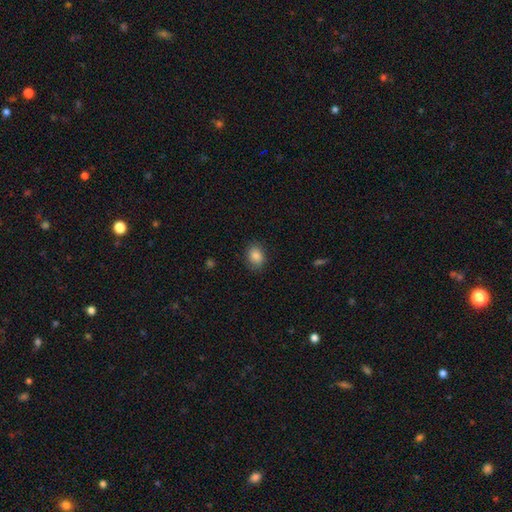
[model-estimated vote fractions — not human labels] This is clearly a smooth galaxy (85%). How rounded: possibly in between (56%). Merging: clearly none (85%).